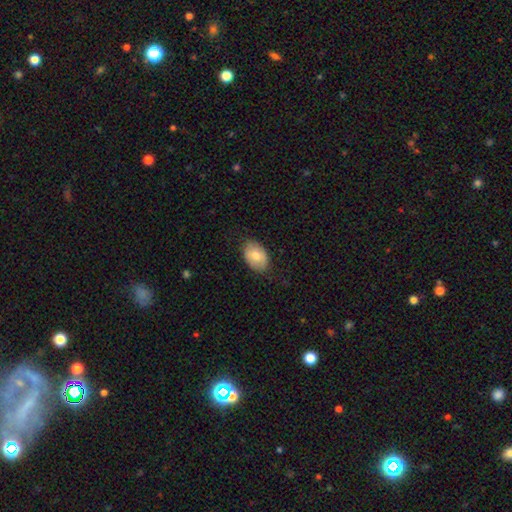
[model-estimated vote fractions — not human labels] Overall: smooth (73%). How rounded: in between (85%). Merging: none (82%).